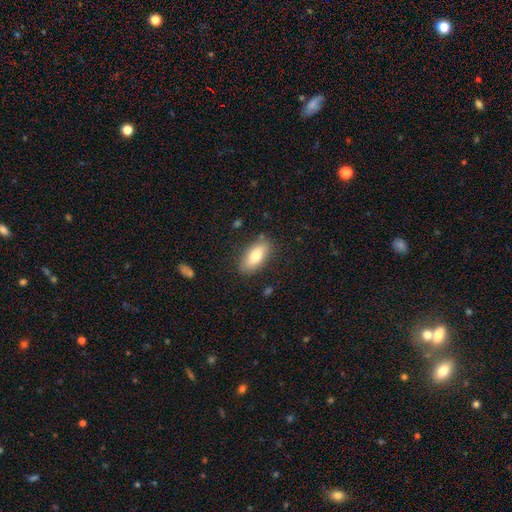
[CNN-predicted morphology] Smooth or featured? Predicted: smooth (p=0.76). How rounded? Predicted: in between (p=0.86). Merging? Predicted: none (p=0.83).